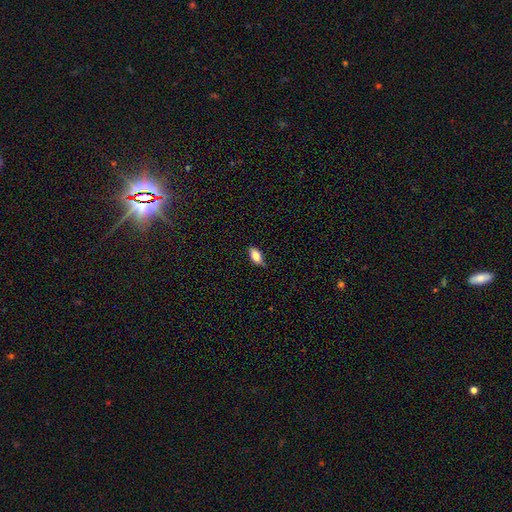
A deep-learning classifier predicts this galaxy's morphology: The model was most divided on "merging": none: 78%, minor disturbance: 18%, major disturbance: 3%, merger: 1%. More confident: how rounded — in between (90%); smooth or featured — smooth (83%).